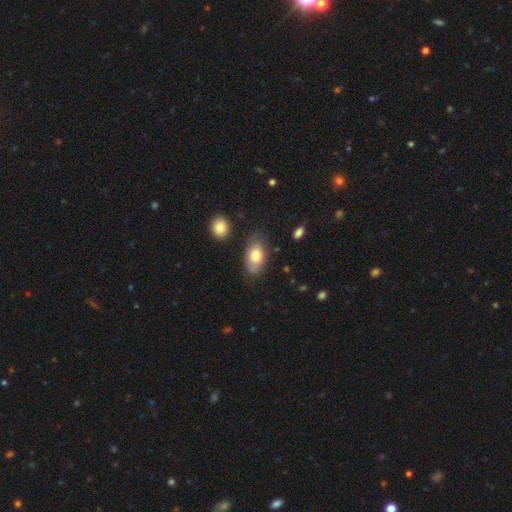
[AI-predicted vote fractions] Smooth or featured: smooth — 77% (featured or disk — 16%)
How rounded: in between — 91% (round — 7%)
Merging: none — 76% (minor disturbance — 17%)